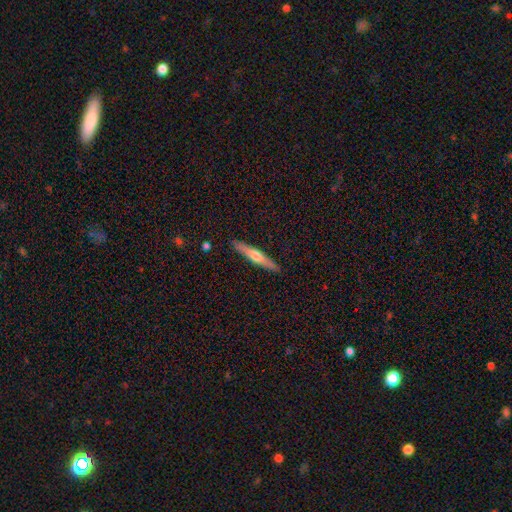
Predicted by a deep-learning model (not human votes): Smooth or featured: featured or disk — 54% (smooth — 40%)
Edge-on disk: yes — 96% (no — 4%)
Edge-on bulge: rounded — 86% (none — 11%)
Merging: none — 91% (minor disturbance — 7%)